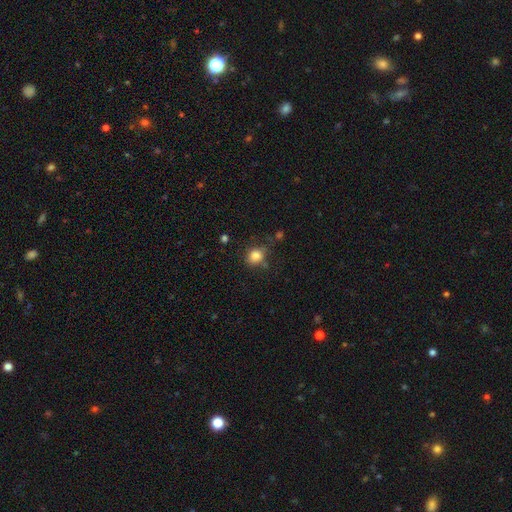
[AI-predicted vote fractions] Smooth or featured: smooth — 83% (star or artifact — 11%)
How rounded: round — 73% (in between — 26%)
Merging: none — 68% (minor disturbance — 20%)